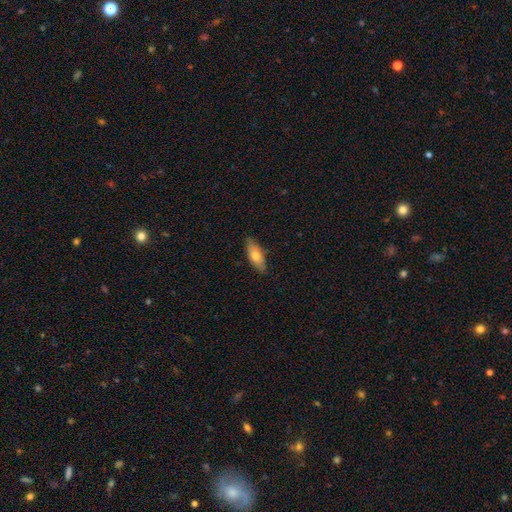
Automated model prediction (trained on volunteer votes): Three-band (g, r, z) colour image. It shows a smooth galaxy with no disk features (70%) that is in between round and cigar-shaped (72%). Merging: none (83%).